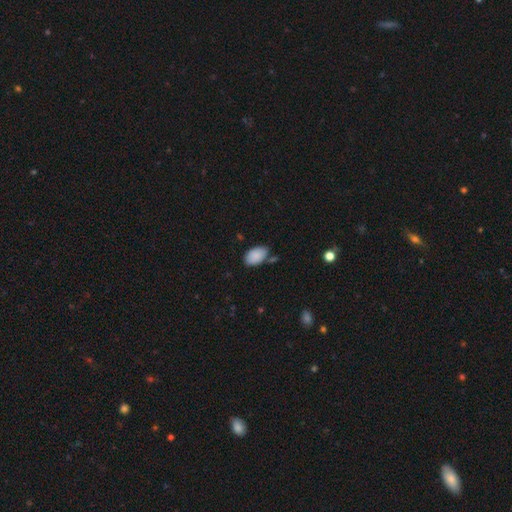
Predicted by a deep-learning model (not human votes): Smooth or featured? Predicted: smooth (p=0.88). How rounded? Predicted: in between (p=0.93). Merging? Predicted: none (p=0.70).